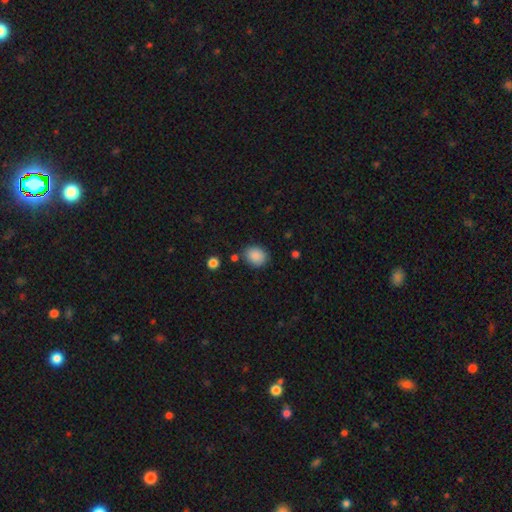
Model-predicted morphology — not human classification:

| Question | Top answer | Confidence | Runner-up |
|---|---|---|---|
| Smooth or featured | smooth | 88% | star or artifact (8%) |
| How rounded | round | 56% | in between (43%) |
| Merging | none | 80% | minor disturbance (12%) |